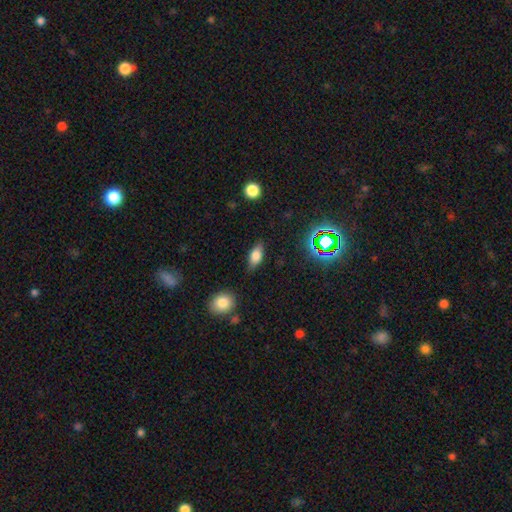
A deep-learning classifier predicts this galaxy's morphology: Smooth or featured? smooth (72%)
How rounded? in between (84%)
Merging? none (82%)